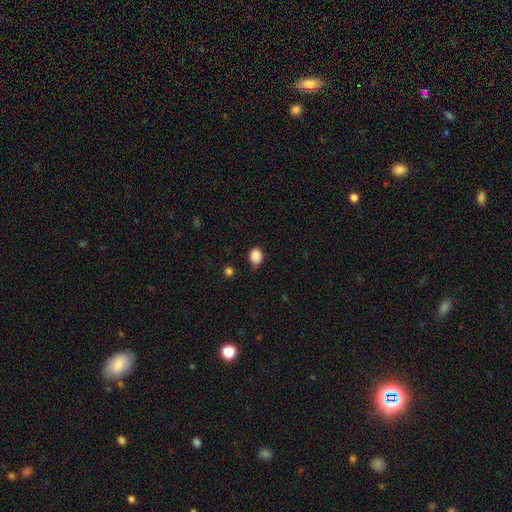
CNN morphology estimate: A smooth galaxy with no disk features (87%) that is round (54%).

Vote fractions:
- Smooth or featured? smooth: 87% / star or artifact: 9% / featured or disk: 3%
- How rounded? round: 54% / in between: 45% / cigar-shaped: 1%
- Merging? none: 63% / minor disturbance: 30% / major disturbance: 5% / merger: 2%